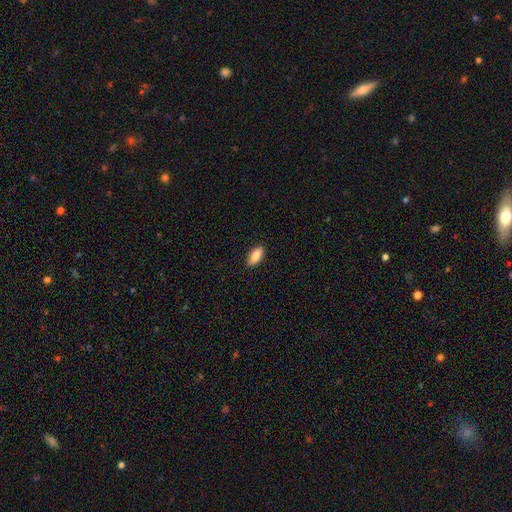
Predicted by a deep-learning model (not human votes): Smooth or featured?
  - smooth: 87% *
  - featured or disk: 6%
  - star or artifact: 6%
How rounded?
  - in between: 89% *
  - cigar-shaped: 9%
  - round: 2%
Merging?
  - none: 88% *
  - minor disturbance: 9%
  - major disturbance: 2%
  - merger: 1%